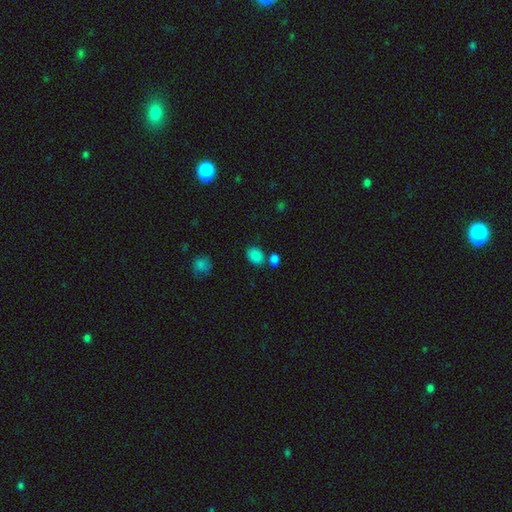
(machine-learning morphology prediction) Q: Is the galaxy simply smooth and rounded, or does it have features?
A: smooth — 85%.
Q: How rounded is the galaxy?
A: in between — 73%.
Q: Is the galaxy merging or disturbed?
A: none — 66%.